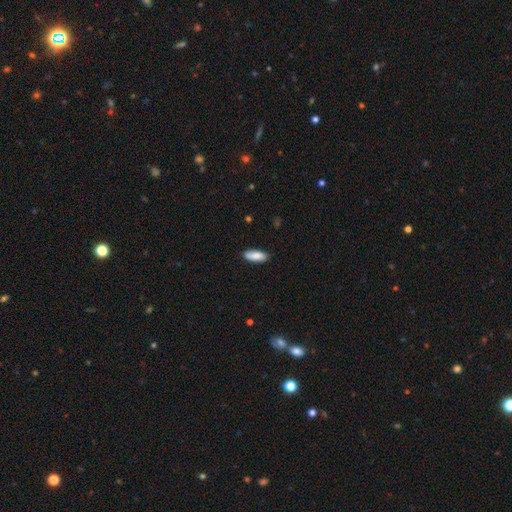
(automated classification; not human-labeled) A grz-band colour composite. It shows a smooth galaxy with no disk features (83%) that is in between round and cigar-shaped (71%). Merging: none (86%).